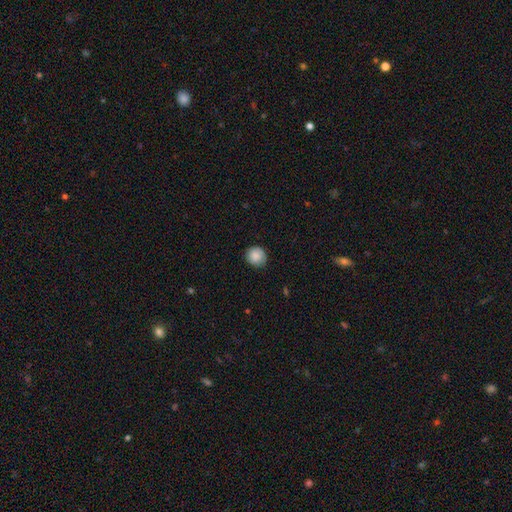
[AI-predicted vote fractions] Smooth or featured? smooth (86%)
How rounded? round (89%)
Merging? none (83%)